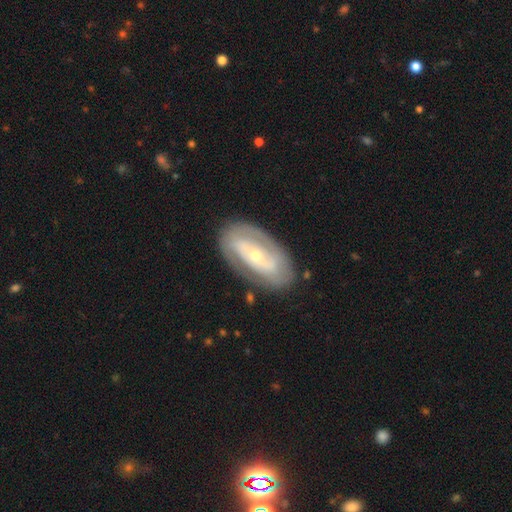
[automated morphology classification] Smooth or featured?
  - featured or disk: 72% *
  - smooth: 22%
  - star or artifact: 5%
Edge-on disk?
  - no: 92% *
  - yes: 8%
Bar?
  - no: 57% *
  - weak: 24%
  - strong: 20%
Spiral arms?
  - yes: 60% *
  - no: 40%
Bulge size?
  - small: 57% *
  - moderate: 39%
  - large: 2%
  - dominant: 1%
  - none: 1%
Merging?
  - none: 78% *
  - minor disturbance: 15%
  - major disturbance: 6%
  - merger: 2%